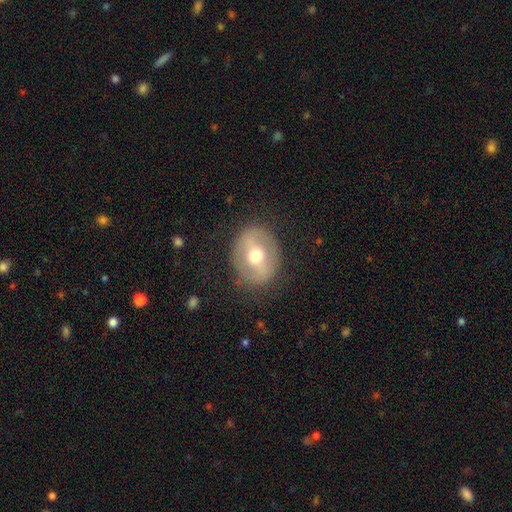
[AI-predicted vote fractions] This appears to be a featured or disk galaxy (49%). Merging: none (79%).